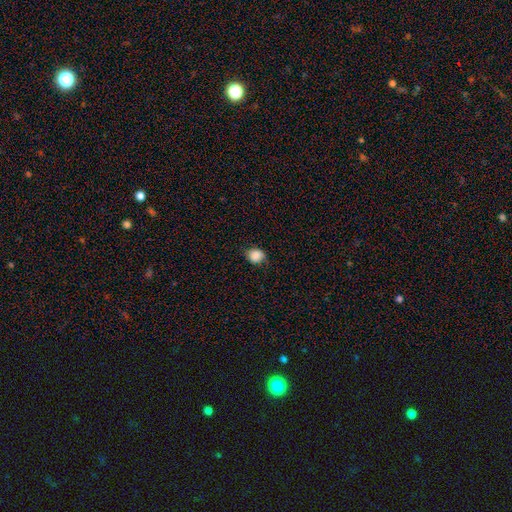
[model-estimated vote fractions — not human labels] smooth-or-featured: smooth: 84% | star or artifact: 9% | featured or disk: 6%
  how-rounded: round: 68% | in between: 31% | cigar-shaped: 1%
  merging: none: 66% | minor disturbance: 26% | major disturbance: 7% | merger: 1%